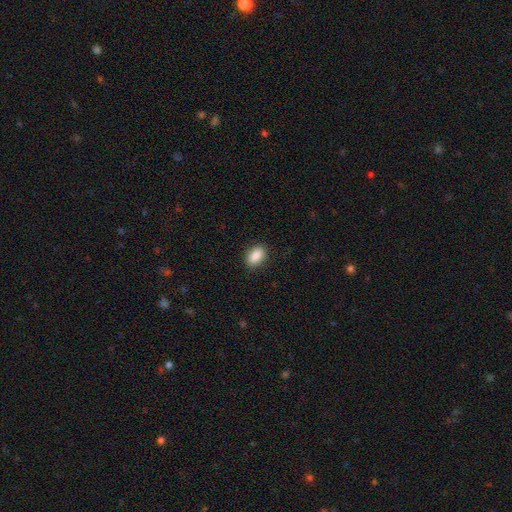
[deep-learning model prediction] smooth-or-featured: smooth: 89% | star or artifact: 7% | featured or disk: 3%
  how-rounded: in between: 90% | round: 8% | cigar-shaped: 2%
  merging: none: 88% | minor disturbance: 9% | major disturbance: 2% | merger: 1%